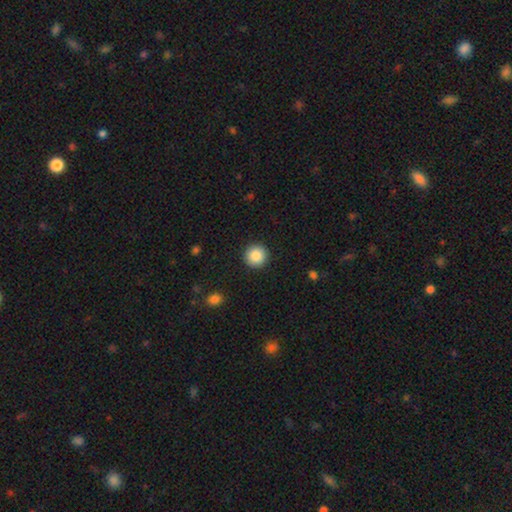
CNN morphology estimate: The model was most divided on "smooth or featured": smooth: 87%, star or artifact: 8%, featured or disk: 4%. More confident: how rounded — round (96%); merging — none (92%).